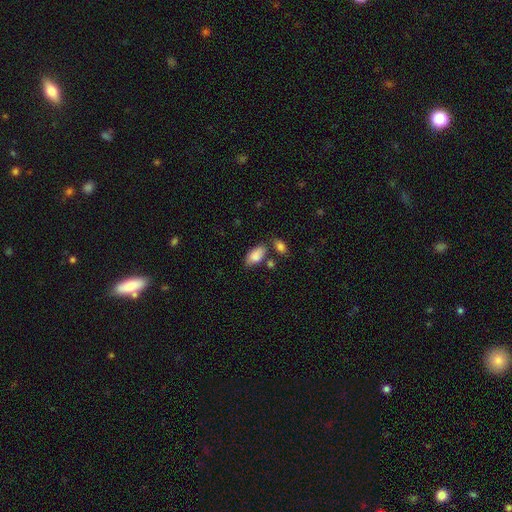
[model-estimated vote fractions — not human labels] A smooth galaxy with no disk features (85%) that is in between round and cigar-shaped (92%).

Vote fractions:
- Smooth or featured? smooth: 85% / featured or disk: 9% / star or artifact: 7%
- How rounded? in between: 92% / cigar-shaped: 4% / round: 3%
- Merging? none: 61% / minor disturbance: 21% / merger: 13% / major disturbance: 6%